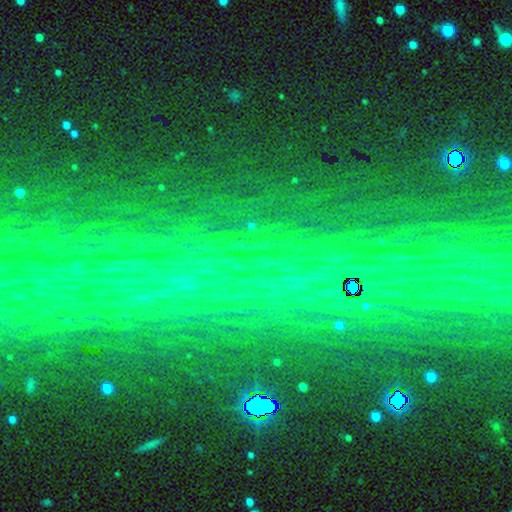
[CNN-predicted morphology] Q: Smooth or featured?
A: star or artifact (84%); runner-up: featured or disk (8%)